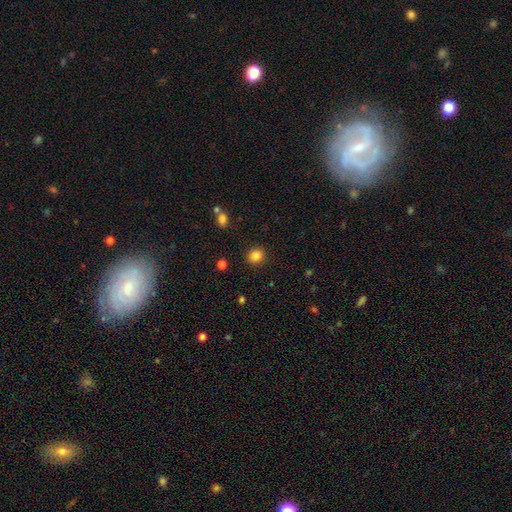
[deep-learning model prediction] smooth-or-featured: smooth: 85% | star or artifact: 11% | featured or disk: 4%
  how-rounded: round: 75% | in between: 24% | cigar-shaped: 1%
  merging: none: 89% | minor disturbance: 7% | major disturbance: 2% | merger: 2%